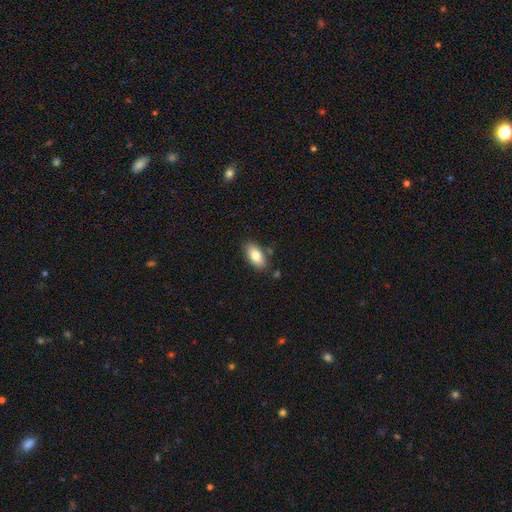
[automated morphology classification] A smooth galaxy with no disk features (81%) that is in between round and cigar-shaped (91%).

Vote fractions:
- Smooth or featured? smooth: 81% / featured or disk: 12% / star or artifact: 7%
- How rounded? in between: 91% / cigar-shaped: 5% / round: 3%
- Merging? none: 82% / minor disturbance: 12% / merger: 4% / major disturbance: 3%